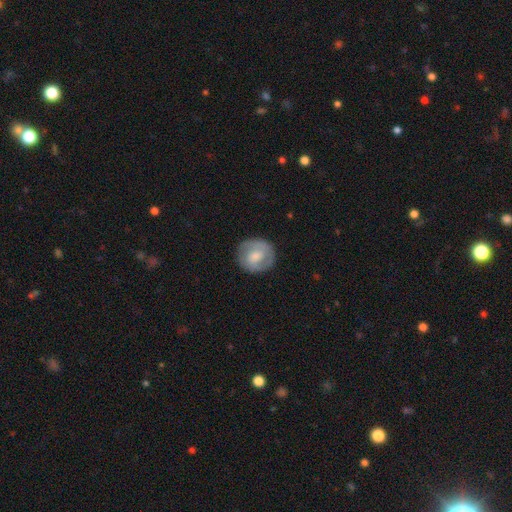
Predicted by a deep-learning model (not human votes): A smooth galaxy with no disk features (51%) that is round (85%). Merging: none (82%).